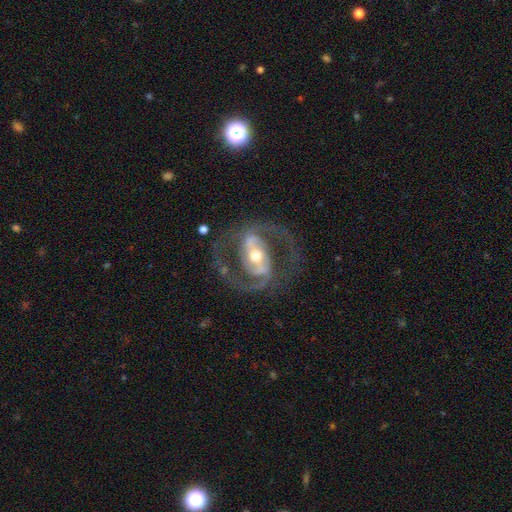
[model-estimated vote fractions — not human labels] Morphology: type=featured or disk (91%); edge-on=no (97%); bar=strong (52%); spiral arms=yes (94%); winding=medium (61%); arm count=2 (92%); bulge=moderate (67%); merging=none (75%).